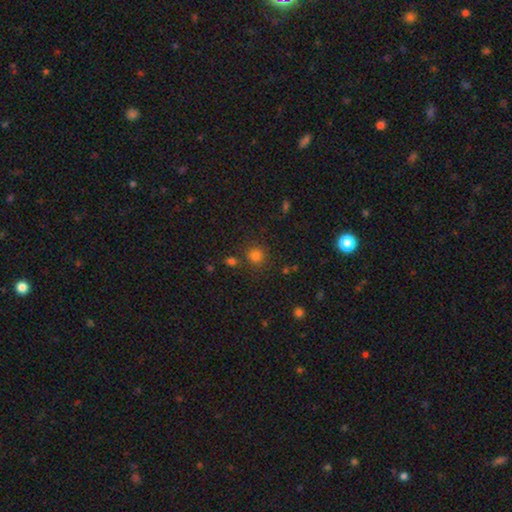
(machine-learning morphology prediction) Overall: smooth (79%). How rounded: round (91%). Merging: none (81%).